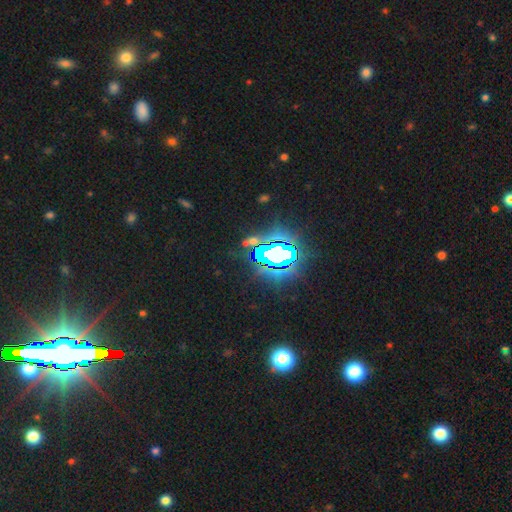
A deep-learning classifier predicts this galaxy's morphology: The model was most divided on "smooth or featured": star or artifact: 75%, smooth: 13%, featured or disk: 12%.